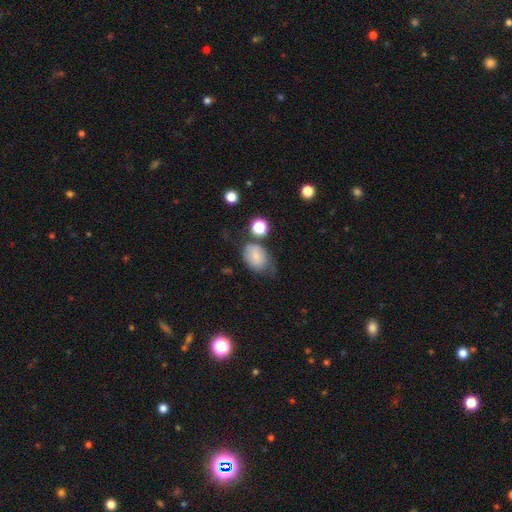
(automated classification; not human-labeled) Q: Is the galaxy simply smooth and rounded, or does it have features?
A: smooth — 74%.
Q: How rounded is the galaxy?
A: in between — 76%.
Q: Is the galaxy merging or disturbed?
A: none — 45%.